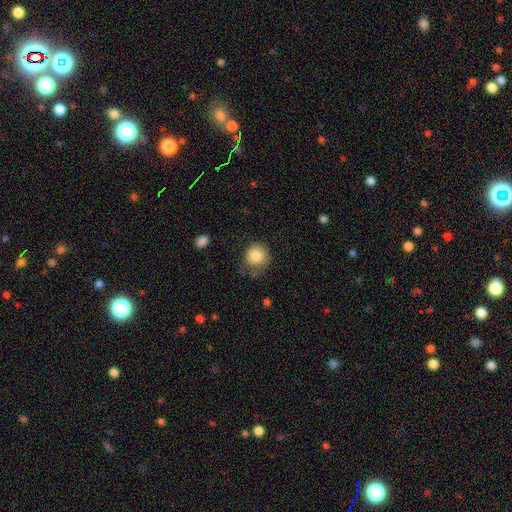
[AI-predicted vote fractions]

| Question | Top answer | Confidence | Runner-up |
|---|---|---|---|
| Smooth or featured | smooth | 85% | star or artifact (8%) |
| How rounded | round | 88% | in between (11%) |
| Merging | none | 62% | minor disturbance (25%) |